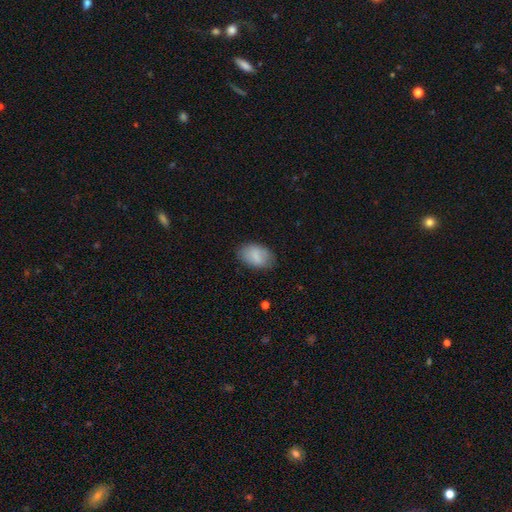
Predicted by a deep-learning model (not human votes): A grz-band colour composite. It shows a smooth galaxy with no disk features (80%) that is in between round and cigar-shaped (90%). Merging: none (77%).